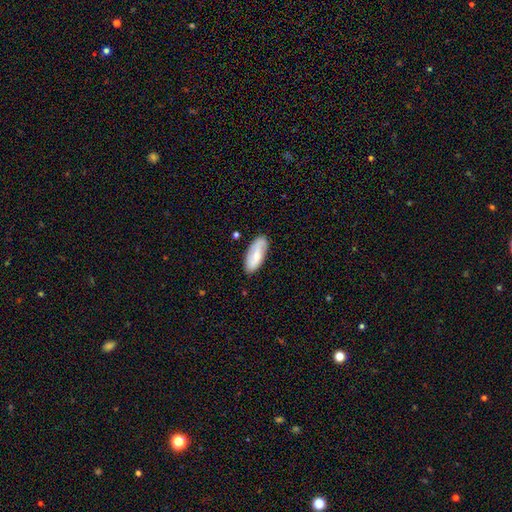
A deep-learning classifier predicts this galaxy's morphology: A smooth galaxy with no disk features (53%) that is in between round and cigar-shaped (84%).

Vote fractions:
- Smooth or featured? smooth: 53% / featured or disk: 41% / star or artifact: 6%
- How rounded? in between: 84% / cigar-shaped: 14% / round: 2%
- Merging? none: 80% / minor disturbance: 15% / major disturbance: 3% / merger: 2%